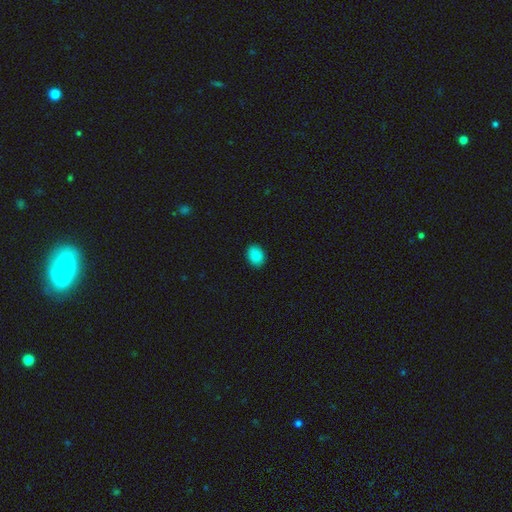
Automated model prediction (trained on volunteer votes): A smooth galaxy with no disk features (88%) that is in between round and cigar-shaped (60%). Merging: none (89%).